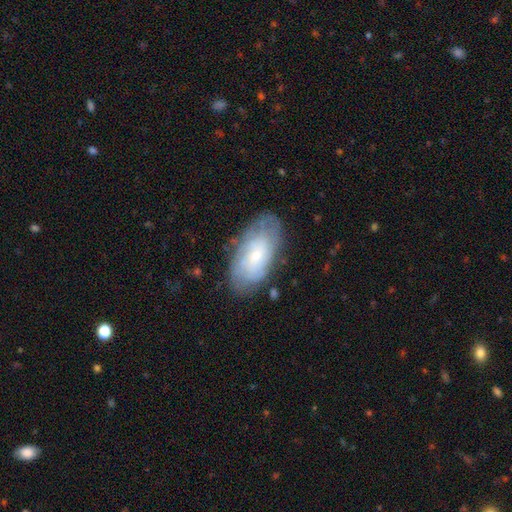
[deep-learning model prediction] Morphology: type=featured or disk (56%); edge-on=no (92%); bar=no (70%); spiral arms=yes (79%); bulge=small (66%); merging=none (74%).